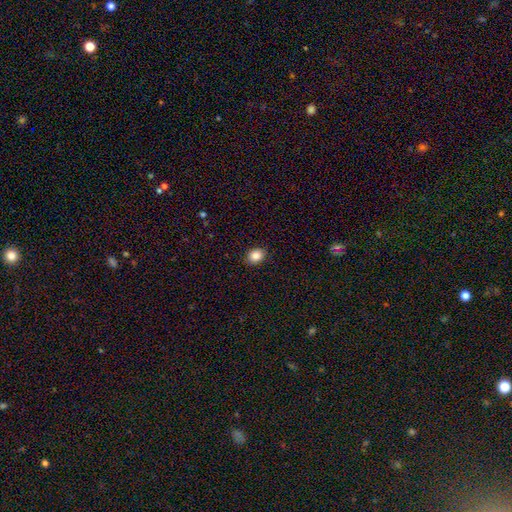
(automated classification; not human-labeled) smooth-or-featured: smooth: 85% | star or artifact: 9% | featured or disk: 6%
  how-rounded: in between: 59% | round: 40% | cigar-shaped: 1%
  merging: none: 90% | minor disturbance: 7% | major disturbance: 2% | merger: 1%